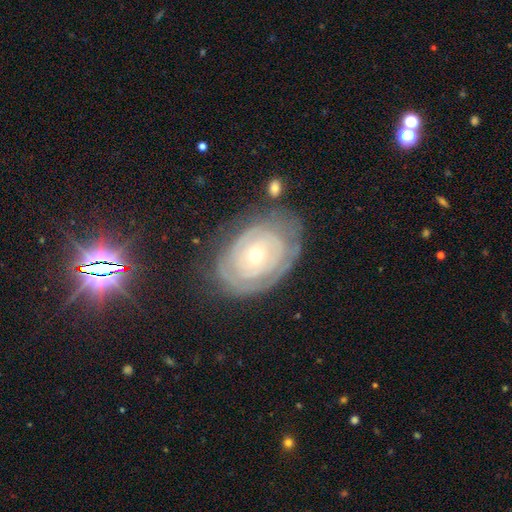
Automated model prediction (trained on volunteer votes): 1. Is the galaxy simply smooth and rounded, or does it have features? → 76% featured or disk, 18% smooth, 7% star or artifact.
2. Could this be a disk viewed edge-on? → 95% no, 5% yes.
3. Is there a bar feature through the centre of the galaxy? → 82% no, 14% weak, 5% strong.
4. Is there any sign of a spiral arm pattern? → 71% yes, 29% no.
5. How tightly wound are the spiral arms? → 81% tight, 13% medium, 5% loose.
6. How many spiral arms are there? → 55% can't tell, 18% 2, 9% 3, 7% 1, 5% 4, 4% more than 4.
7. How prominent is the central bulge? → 65% small, 32% moderate, 2% large, 1% dominant, 1% none.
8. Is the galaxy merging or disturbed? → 68% none, 20% minor disturbance, 10% major disturbance, 3% merger.